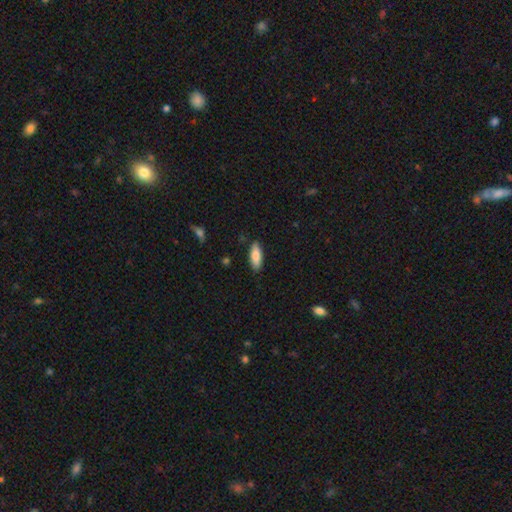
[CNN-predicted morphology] Smooth or featured: smooth — 82% (featured or disk — 12%)
How rounded: in between — 65% (cigar-shaped — 33%)
Merging: none — 85% (minor disturbance — 11%)